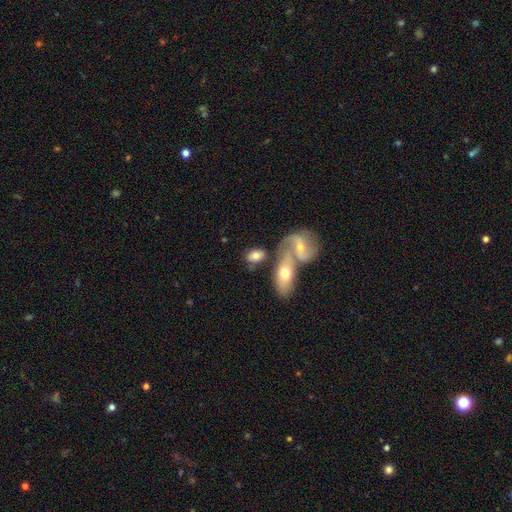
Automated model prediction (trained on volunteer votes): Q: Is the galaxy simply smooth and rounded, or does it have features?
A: smooth — 63%.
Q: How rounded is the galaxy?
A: in between — 87%.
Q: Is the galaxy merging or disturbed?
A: none — 46%.